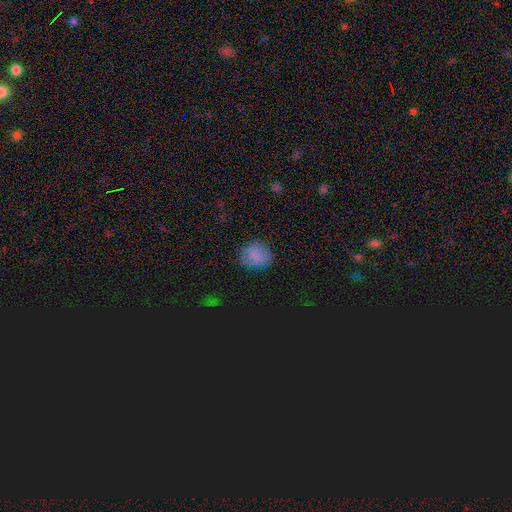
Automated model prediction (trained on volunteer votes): Smooth or featured?
  - smooth: 77% *
  - star or artifact: 15%
  - featured or disk: 8%
How rounded?
  - round: 66% *
  - in between: 33%
  - cigar-shaped: 1%
Merging?
  - none: 80% *
  - minor disturbance: 14%
  - major disturbance: 4%
  - merger: 1%